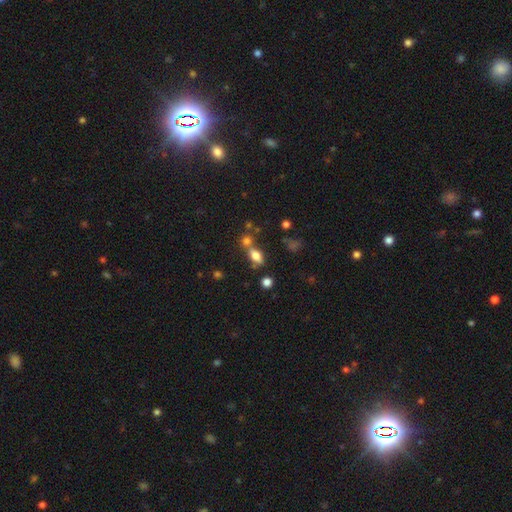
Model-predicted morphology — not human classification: Smooth or featured?
  - smooth: 73% *
  - star or artifact: 13%
  - featured or disk: 13%
How rounded?
  - in between: 76% *
  - round: 17%
  - cigar-shaped: 8%
Merging?
  - none: 49% *
  - merger: 33%
  - minor disturbance: 13%
  - major disturbance: 6%